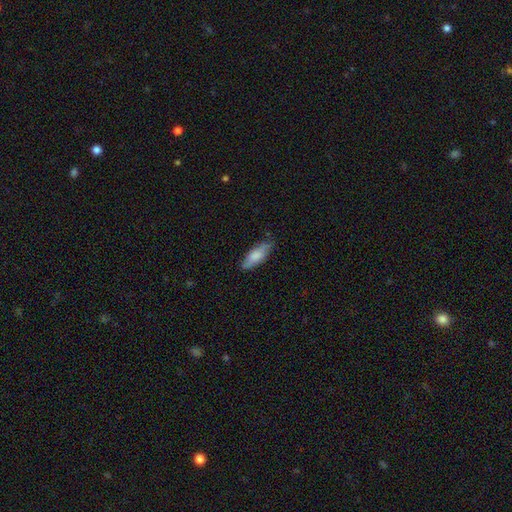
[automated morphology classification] The model was most divided on "how rounded": in between: 61%, cigar-shaped: 37%, round: 2%. More confident: merging — none (78%); smooth or featured — smooth (75%).